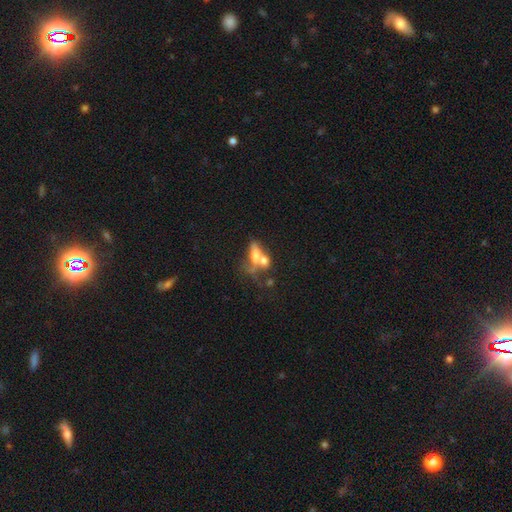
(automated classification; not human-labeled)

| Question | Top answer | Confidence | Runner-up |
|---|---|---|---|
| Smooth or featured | smooth | 54% | featured or disk (33%) |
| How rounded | in between | 68% | cigar-shaped (20%) |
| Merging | merger | 54% | none (20%) |